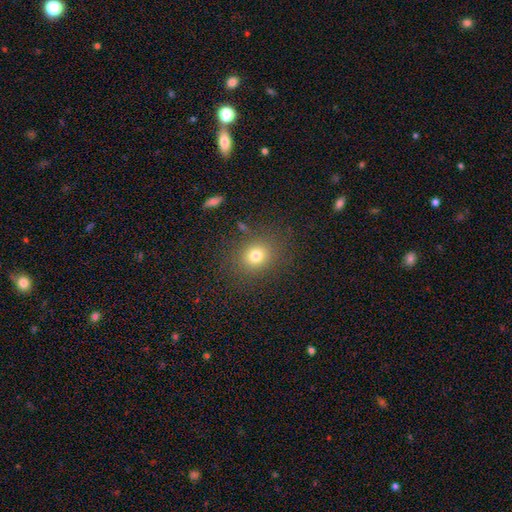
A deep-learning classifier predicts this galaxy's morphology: Q: Smooth or featured?
A: smooth (76%); runner-up: star or artifact (15%)
Q: How rounded?
A: round (69%); runner-up: in between (30%)
Q: Merging?
A: none (83%); runner-up: minor disturbance (10%)